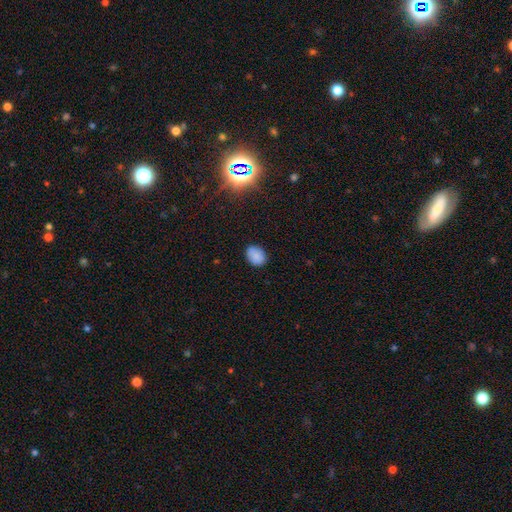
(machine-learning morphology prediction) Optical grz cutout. It shows a smooth galaxy with no disk features (84%) that is in between round and cigar-shaped (60%). Merging: none (81%).